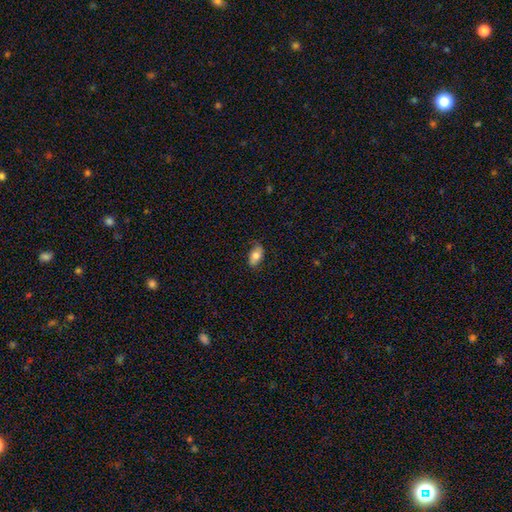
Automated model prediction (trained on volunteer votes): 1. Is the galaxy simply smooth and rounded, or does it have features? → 77% smooth, 16% featured or disk, 8% star or artifact.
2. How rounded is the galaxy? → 90% in between, 6% round, 4% cigar-shaped.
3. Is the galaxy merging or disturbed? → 81% none, 15% minor disturbance, 3% major disturbance, 1% merger.